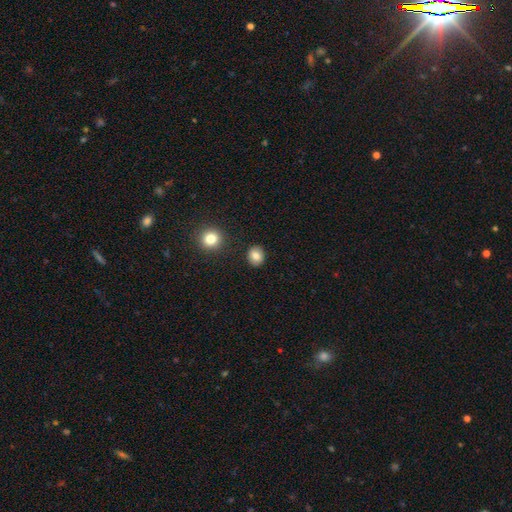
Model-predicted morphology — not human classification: smooth-or-featured: smooth: 83% | star or artifact: 10% | featured or disk: 7%
  how-rounded: round: 75% | in between: 24% | cigar-shaped: 1%
  merging: none: 89% | minor disturbance: 6% | merger: 2% | major disturbance: 2%